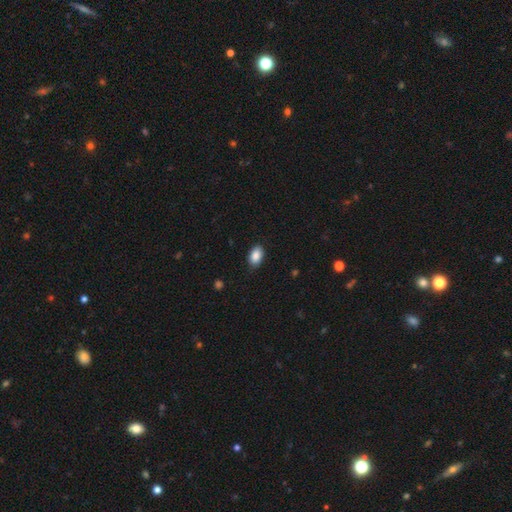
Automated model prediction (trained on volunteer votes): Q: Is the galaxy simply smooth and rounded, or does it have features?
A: smooth — 88%.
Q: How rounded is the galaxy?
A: in between — 90%.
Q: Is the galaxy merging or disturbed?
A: none — 84%.